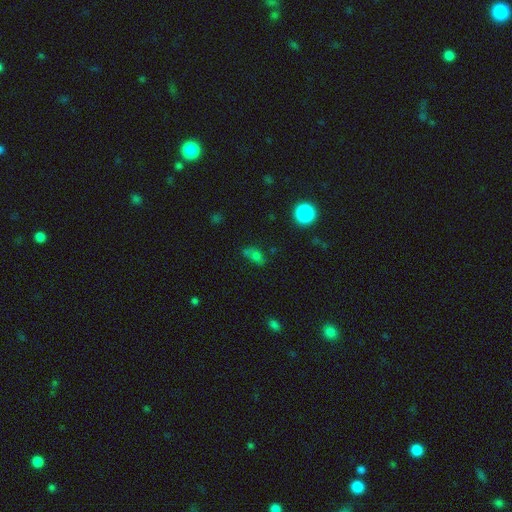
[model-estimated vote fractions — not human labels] Overall: smooth (64%). How rounded: in between (65%; round 29%). Merging: none (46%; merger 22%).